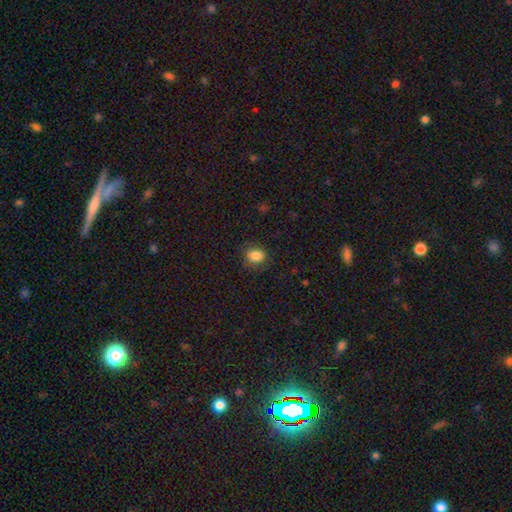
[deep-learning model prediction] A smooth galaxy with no disk features (85%) that is round (52%).

Vote fractions:
- Smooth or featured? smooth: 85% / star or artifact: 10% / featured or disk: 5%
- How rounded? round: 52% / in between: 47% / cigar-shaped: 1%
- Merging? none: 83% / minor disturbance: 12% / major disturbance: 4% / merger: 1%